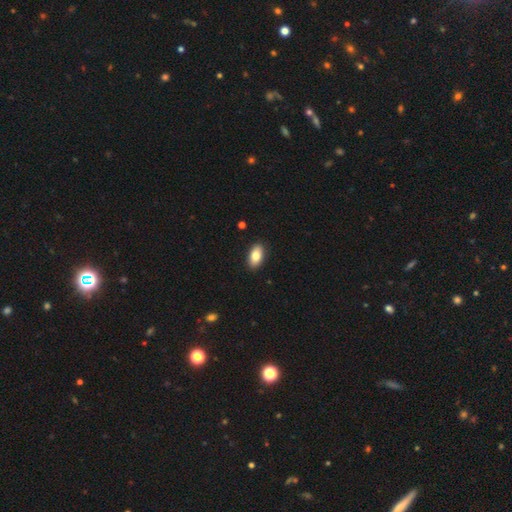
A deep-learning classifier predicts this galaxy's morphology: Smooth or featured? smooth (83%)
How rounded? in between (93%)
Merging? none (90%)